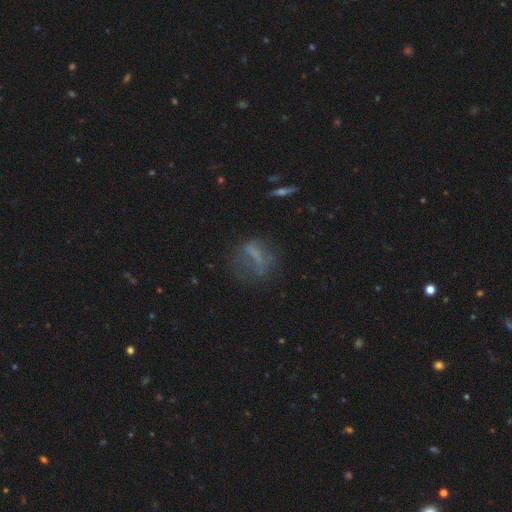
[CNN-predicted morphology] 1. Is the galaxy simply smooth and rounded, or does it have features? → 45% smooth, 34% featured or disk, 20% star or artifact.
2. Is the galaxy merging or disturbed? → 48% none, 27% major disturbance, 21% minor disturbance, 4% merger.